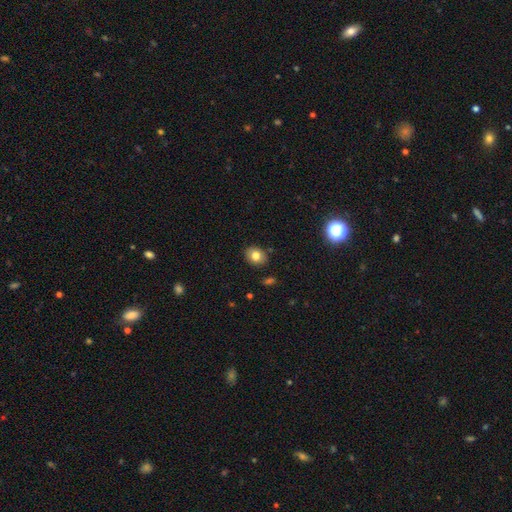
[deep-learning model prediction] smooth_or_featured: smooth (p=0.79) [alt: featured or disk p=0.11]
how_rounded: in between (p=0.56) [alt: round p=0.44]
merging: none (p=0.86) [alt: minor disturbance p=0.10]